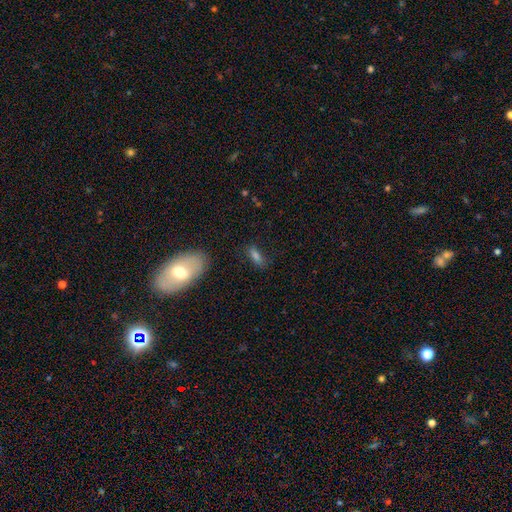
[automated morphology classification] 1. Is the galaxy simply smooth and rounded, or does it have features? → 71% smooth, 16% featured or disk, 13% star or artifact.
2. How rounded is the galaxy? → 68% in between, 27% cigar-shaped, 5% round.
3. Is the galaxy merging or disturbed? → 72% none, 18% minor disturbance, 7% major disturbance, 4% merger.